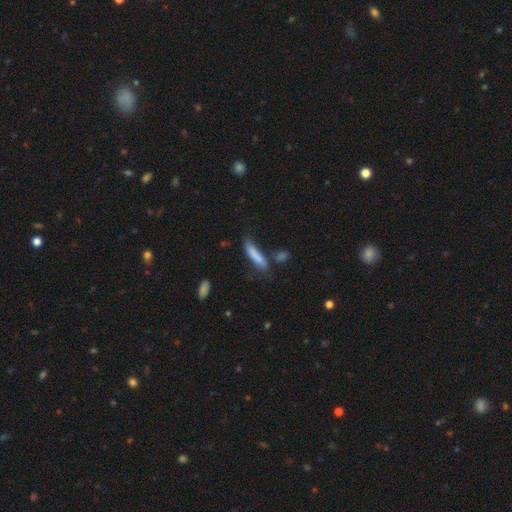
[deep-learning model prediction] Smooth or featured? smooth (78%)
How rounded? cigar-shaped (78%)
Merging? none (51%)